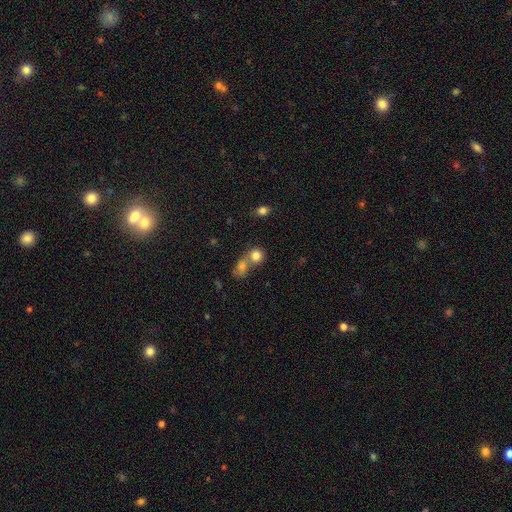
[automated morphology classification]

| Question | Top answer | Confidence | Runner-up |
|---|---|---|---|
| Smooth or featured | smooth | 81% | star or artifact (11%) |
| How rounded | round | 81% | in between (18%) |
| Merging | merger | 49% | none (41%) |